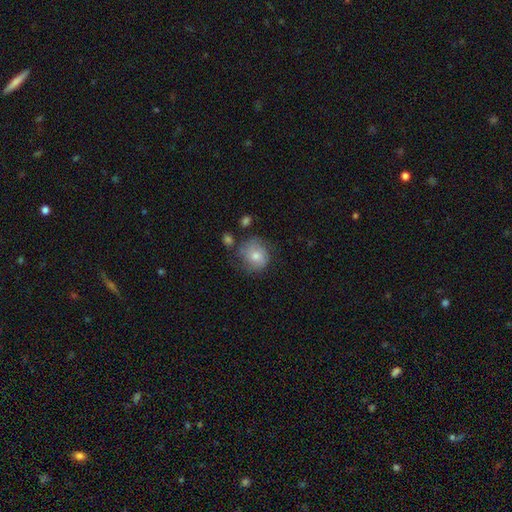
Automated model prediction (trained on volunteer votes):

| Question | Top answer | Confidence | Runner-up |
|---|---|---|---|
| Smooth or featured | smooth | 58% | featured or disk (31%) |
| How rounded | round | 80% | in between (19%) |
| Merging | none | 63% | minor disturbance (23%) |